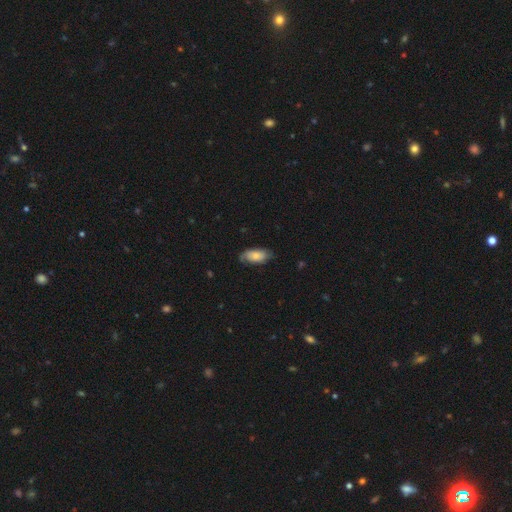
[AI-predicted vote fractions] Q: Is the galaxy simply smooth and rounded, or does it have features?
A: smooth — 61%.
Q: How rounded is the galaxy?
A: in between — 90%.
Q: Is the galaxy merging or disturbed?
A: none — 67%.